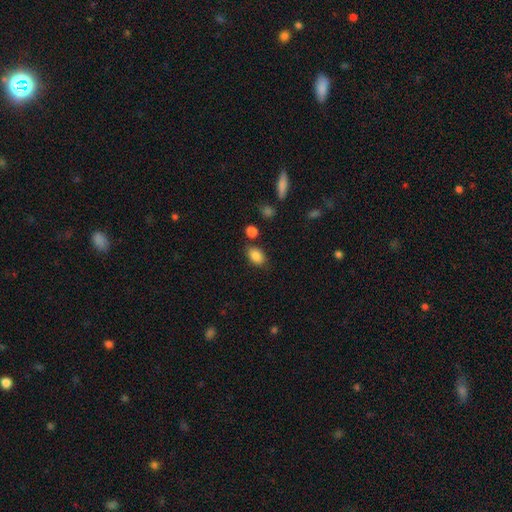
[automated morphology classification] type=smooth (86%); roundness=in between (84%); merging=none (78%).